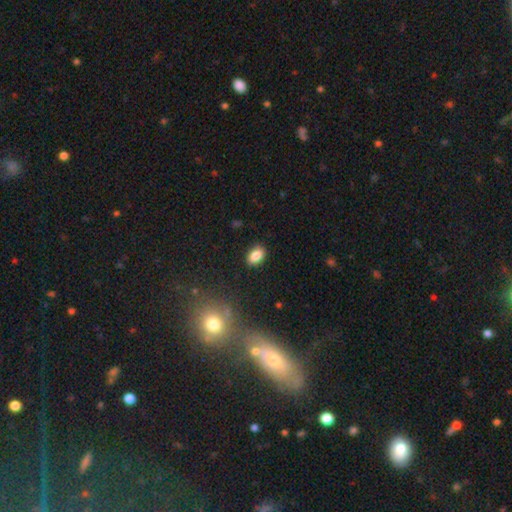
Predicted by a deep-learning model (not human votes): The model was most divided on "how rounded": in between: 82%, round: 17%, cigar-shaped: 1%. More confident: merging — none (86%); smooth or featured — smooth (85%).